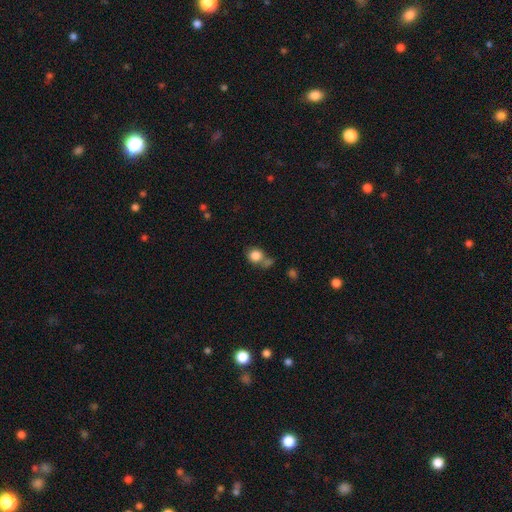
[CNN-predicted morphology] This is clearly a smooth galaxy (84%). How rounded: likely round (79%). Merging: possibly none (50%).